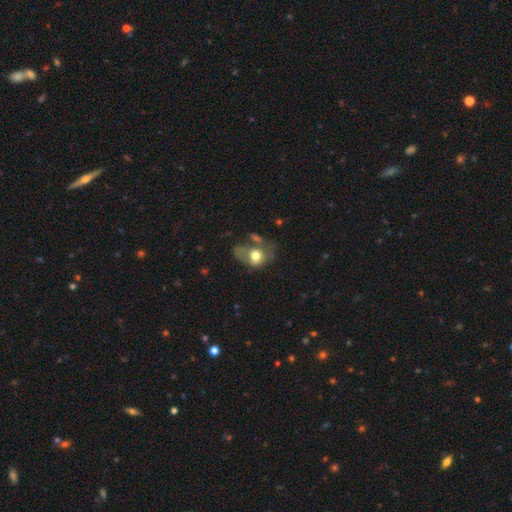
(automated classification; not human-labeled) A smooth galaxy with no disk features (64%) that is in between round and cigar-shaped (57%).

Vote fractions:
- Smooth or featured? smooth: 64% / featured or disk: 26% / star or artifact: 9%
- How rounded? in between: 57% / round: 42% / cigar-shaped: 1%
- Merging? major disturbance: 32% / none: 25% / minor disturbance: 22% / merger: 20%